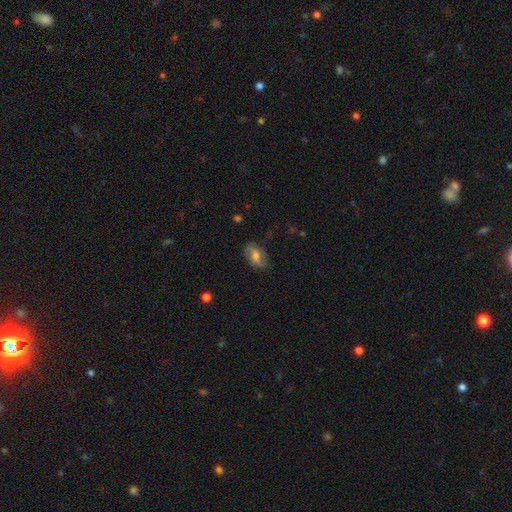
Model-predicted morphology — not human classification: Smooth or featured?
  - featured or disk: 47% *
  - smooth: 45%
  - star or artifact: 9%
Merging?
  - none: 73% *
  - minor disturbance: 19%
  - major disturbance: 7%
  - merger: 1%